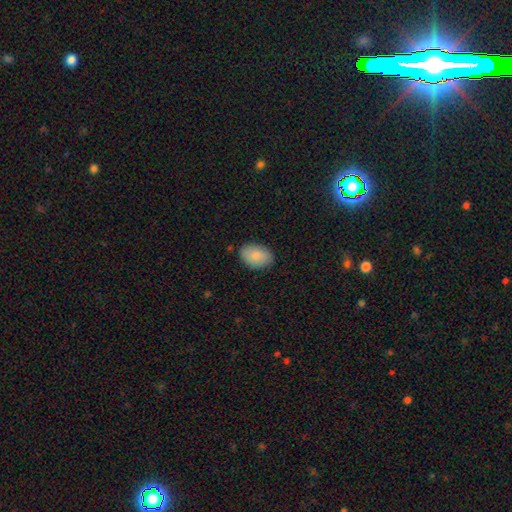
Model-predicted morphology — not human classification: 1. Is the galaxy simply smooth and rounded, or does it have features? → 86% smooth, 8% featured or disk, 6% star or artifact.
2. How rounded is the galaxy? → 83% in between, 16% round, 1% cigar-shaped.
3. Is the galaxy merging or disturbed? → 85% none, 11% minor disturbance, 2% major disturbance, 1% merger.